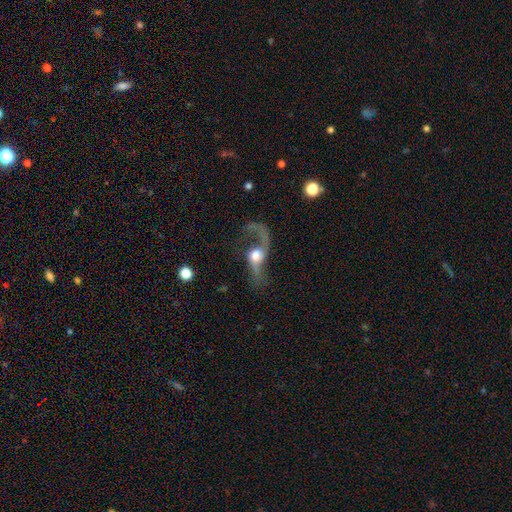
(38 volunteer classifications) A featured or disk galaxy (61%) with no bar (86%), 2 (56%) loose (94%) spiral arms (76%) and a moderate central bulge (43%). Merging: major disturbance (60%).